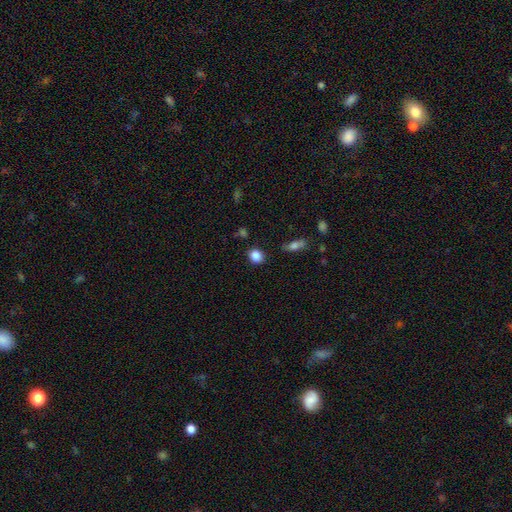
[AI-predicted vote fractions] This is clearly a smooth galaxy (86%). How rounded: likely round (66%). Merging: clearly none (83%).